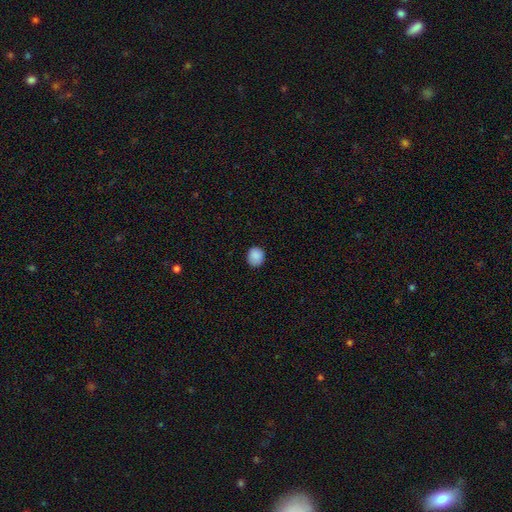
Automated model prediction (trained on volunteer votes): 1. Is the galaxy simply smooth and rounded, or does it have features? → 88% smooth, 9% star or artifact, 3% featured or disk.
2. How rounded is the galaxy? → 81% round, 18% in between, 1% cigar-shaped.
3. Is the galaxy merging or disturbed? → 87% none, 10% minor disturbance, 2% major disturbance, 1% merger.